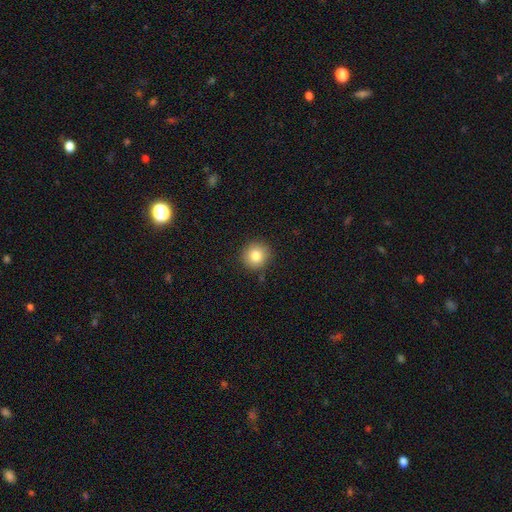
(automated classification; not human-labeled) Smooth or featured? smooth (82%)
How rounded? round (93%)
Merging? none (89%)